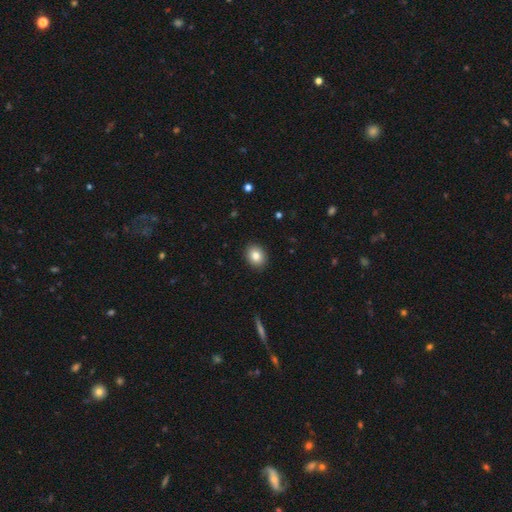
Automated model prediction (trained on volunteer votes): This appears to be a smooth galaxy with no disk features (83%) that is round (54%). Merging: none (91%).